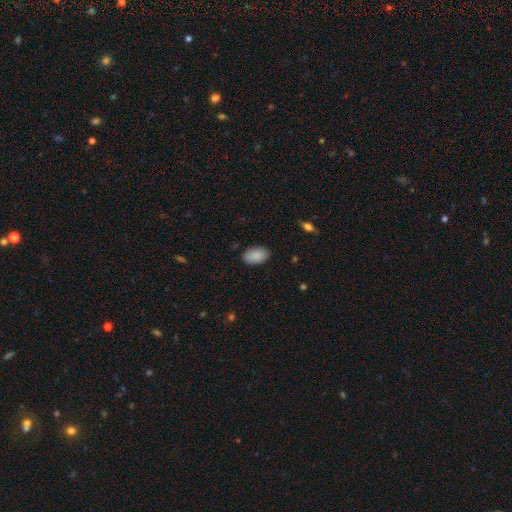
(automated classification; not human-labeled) Morphology: type=smooth (87%); roundness=in between (94%); merging=none (86%).